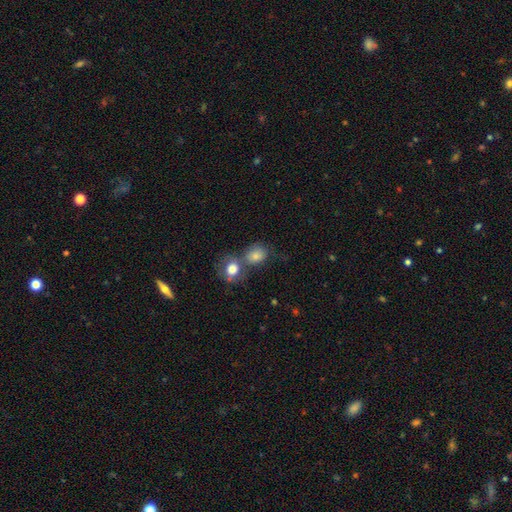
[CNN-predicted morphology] smooth 79%, featured or disk 11%, star or artifact 10%. Down the decision tree: how rounded — round (62%); merging — merger (46%).